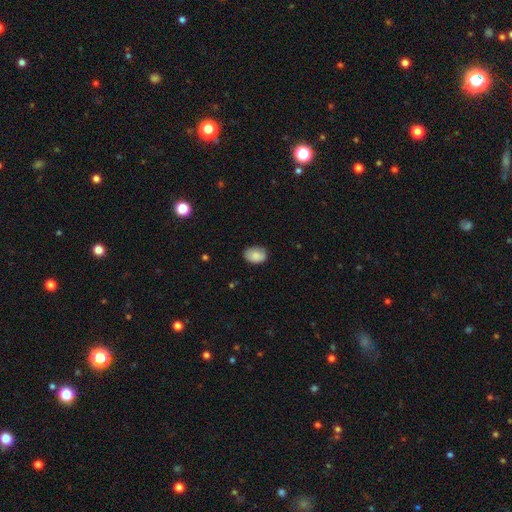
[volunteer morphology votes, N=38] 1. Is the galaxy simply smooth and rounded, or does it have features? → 92% smooth, 8% star or artifact, 0% featured or disk.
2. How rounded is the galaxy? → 83% in between, 14% round, 3% cigar-shaped.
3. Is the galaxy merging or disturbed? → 91% none, 6% minor disturbance, 3% major disturbance, 0% merger.